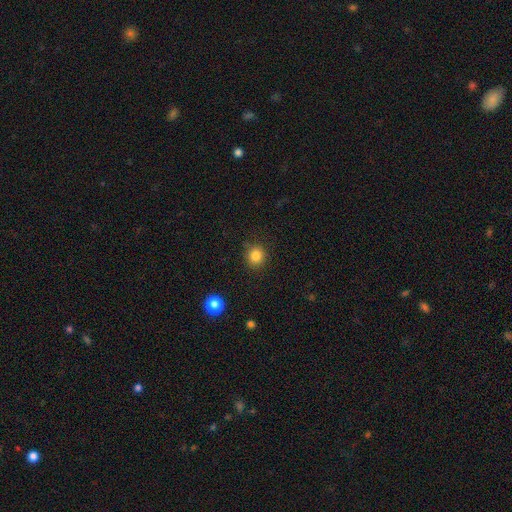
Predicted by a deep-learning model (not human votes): A smooth galaxy with no disk features (84%) that is round (88%). Merging: none (88%).